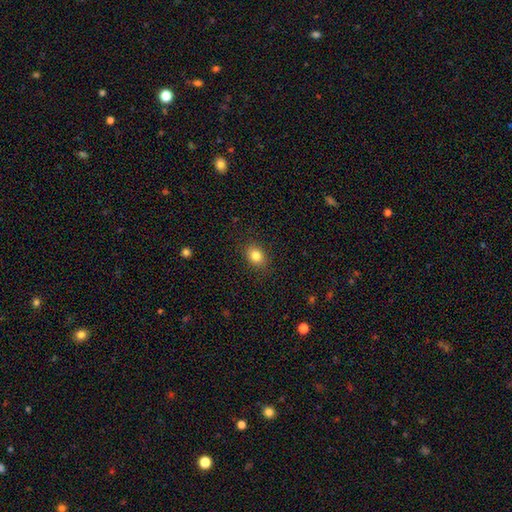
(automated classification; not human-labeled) smooth 83%, star or artifact 10%, featured or disk 7%. Down the decision tree: how rounded — in between (58%); merging — none (88%).